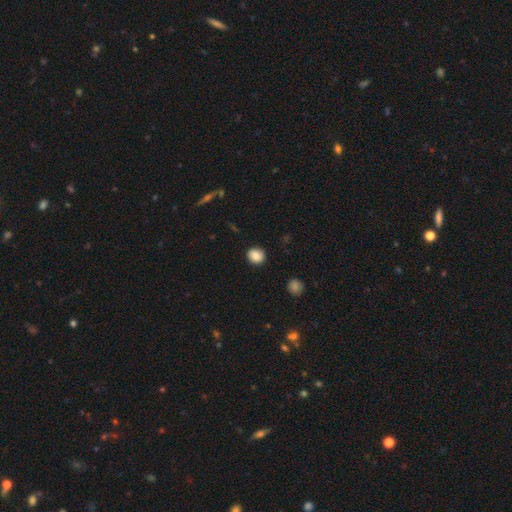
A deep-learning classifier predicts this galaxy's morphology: This appears to be a smooth galaxy with no disk features (87%) that is round (80%). Merging: none (89%).